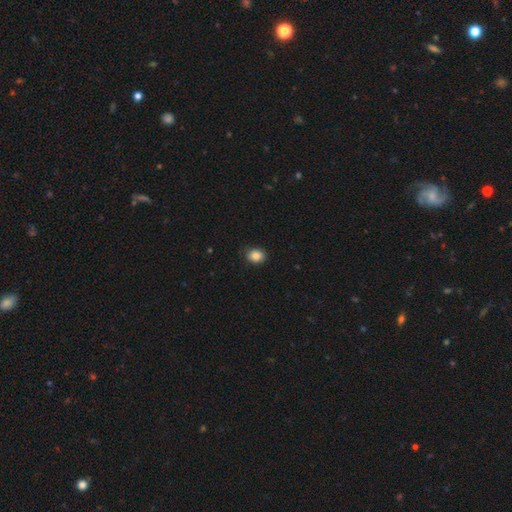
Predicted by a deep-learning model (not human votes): Smooth or featured? smooth (87%)
How rounded? round (50%)
Merging? none (83%)